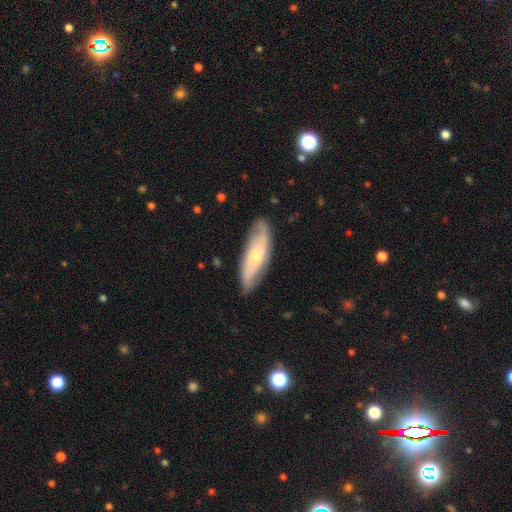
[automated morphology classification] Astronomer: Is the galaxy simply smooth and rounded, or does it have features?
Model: featured or disk — 56% (runner-up: smooth, 38%).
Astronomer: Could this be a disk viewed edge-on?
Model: no — 75%.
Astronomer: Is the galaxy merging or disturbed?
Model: none — 80%.